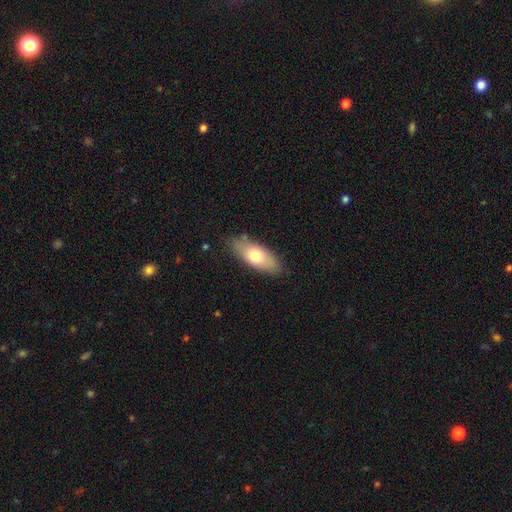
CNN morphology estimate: A smooth galaxy with no disk features (69%) that is in between round and cigar-shaped (79%). Merging: none (81%).